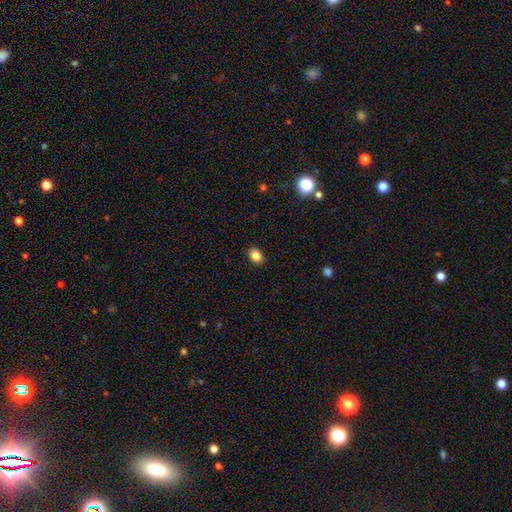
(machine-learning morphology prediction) smooth_or_featured: smooth (p=0.86) [alt: star or artifact p=0.10]
how_rounded: in between (p=0.67) [alt: round p=0.32]
merging: none (p=0.90) [alt: minor disturbance p=0.07]